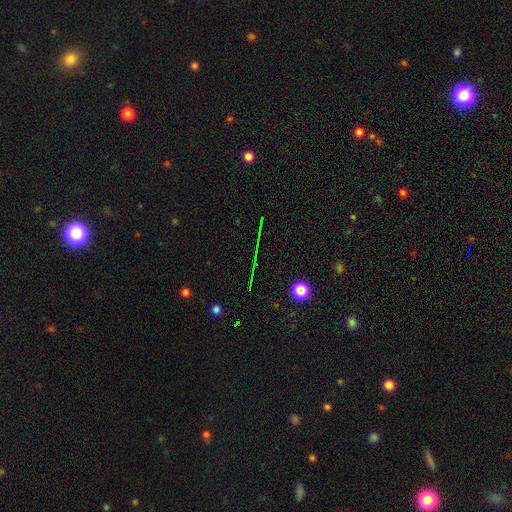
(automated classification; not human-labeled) Smooth or featured: star or artifact — 75% (smooth — 13%)